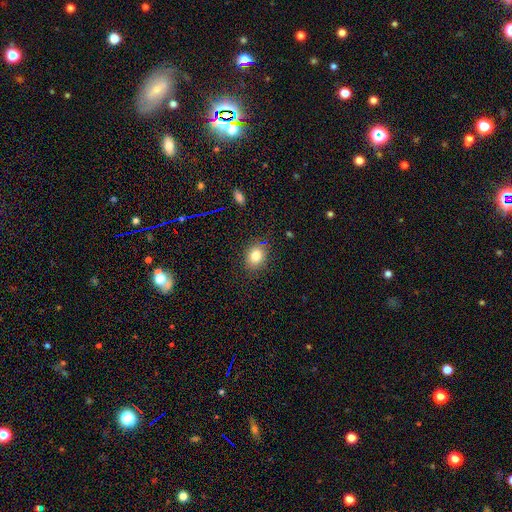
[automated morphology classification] Overall: smooth (79%). How rounded: round (56%; in between 43%). Merging: none (87%).